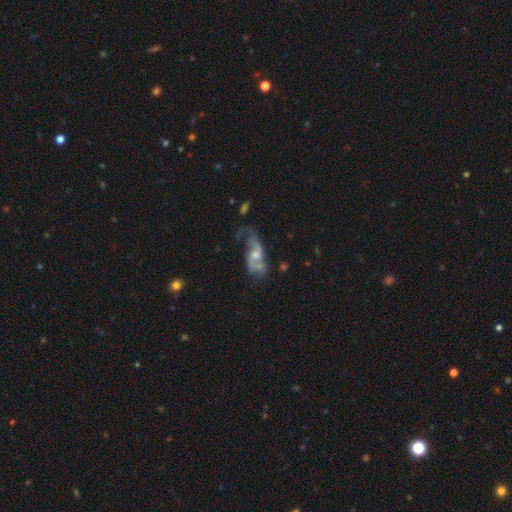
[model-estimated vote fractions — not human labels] smooth-or-featured: featured or disk: 72% | smooth: 20% | star or artifact: 8%
  disk-edge-on: no: 94% | yes: 6%
    bar: no: 55% | weak: 38% | strong: 8%
    has-spiral-arms: yes: 82% | no: 18%
      spiral-winding: loose: 58% | medium: 33% | tight: 9%
      spiral-arm-count: 2: 77% | can't tell: 10% | 1: 9% | 3: 2% | 4: 1% | more than 4: 1%
    bulge-size: moderate: 48% | small: 36% | none: 8% | large: 6% | dominant: 1%
  merging: none: 36% | major disturbance: 29% | minor disturbance: 23% | merger: 12%